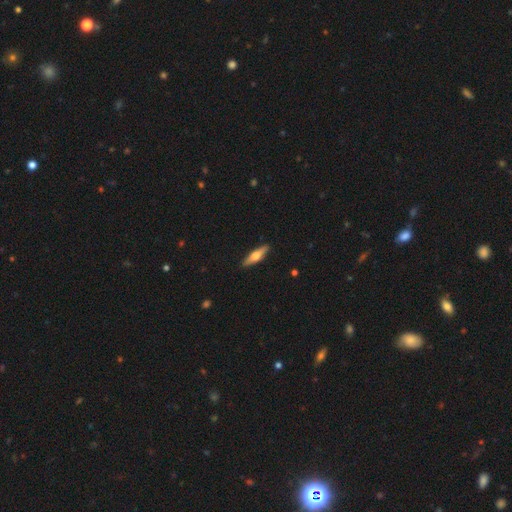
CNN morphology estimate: smooth 50%, featured or disk 44%, star or artifact 6%. Down the decision tree: how rounded — cigar-shaped (66%); merging — none (90%).